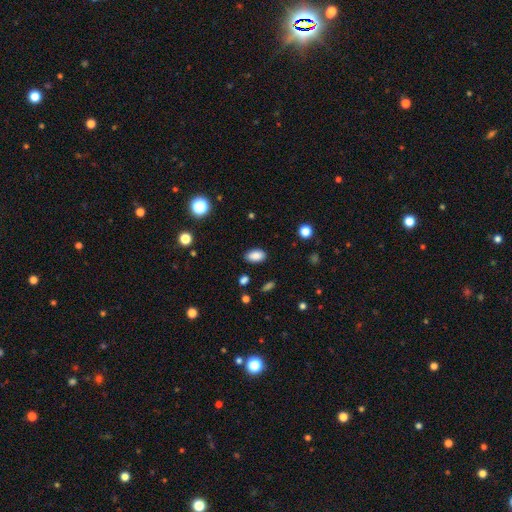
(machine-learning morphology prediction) Smooth or featured? Predicted: smooth (p=0.87). How rounded? Predicted: in between (p=0.91). Merging? Predicted: none (p=0.87).